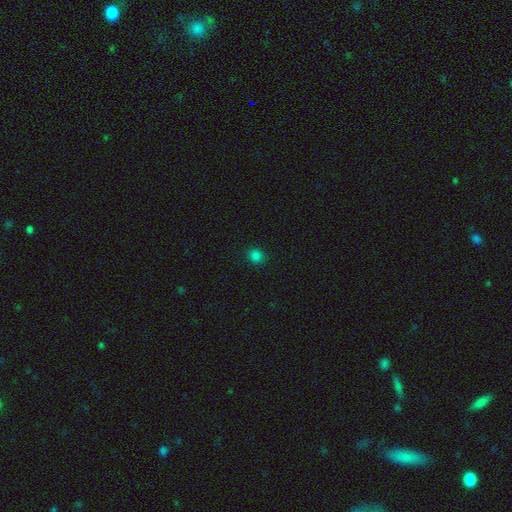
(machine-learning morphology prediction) This appears to be a smooth galaxy with no disk features (81%) that is round (81%). Merging: none (90%).